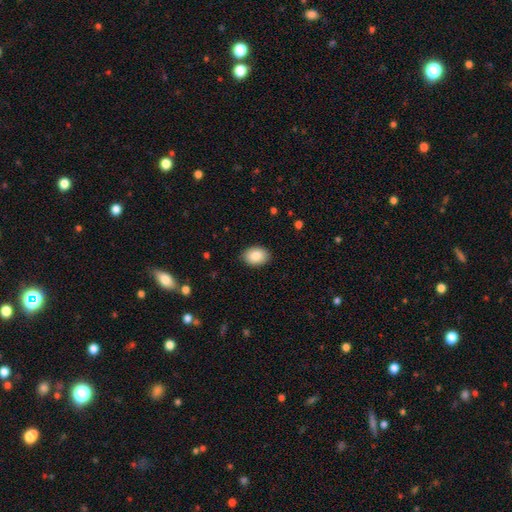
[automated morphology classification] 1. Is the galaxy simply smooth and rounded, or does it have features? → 84% smooth, 9% featured or disk, 7% star or artifact.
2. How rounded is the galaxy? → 79% in between, 21% round, 1% cigar-shaped.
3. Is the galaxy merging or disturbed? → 87% none, 10% minor disturbance, 2% major disturbance, 1% merger.